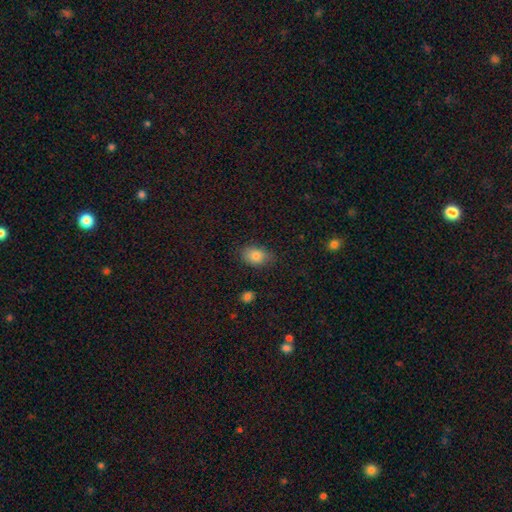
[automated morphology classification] Smooth or featured? Predicted: smooth (p=0.83). How rounded? Predicted: in between (p=0.82). Merging? Predicted: none (p=0.80).